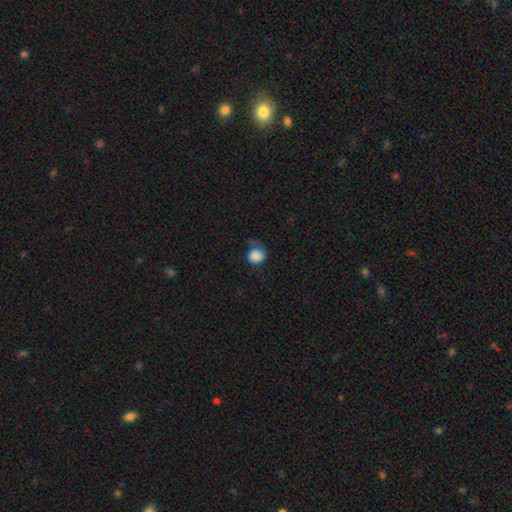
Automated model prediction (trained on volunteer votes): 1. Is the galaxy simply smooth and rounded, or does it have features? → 86% smooth, 8% star or artifact, 5% featured or disk.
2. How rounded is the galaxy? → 80% round, 19% in between, 1% cigar-shaped.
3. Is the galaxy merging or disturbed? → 53% none, 29% minor disturbance, 15% major disturbance, 3% merger.